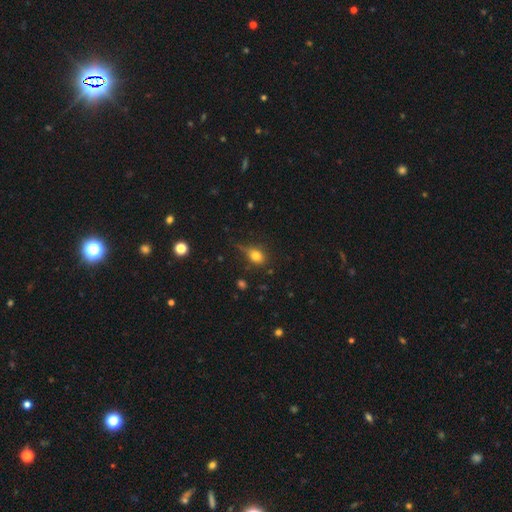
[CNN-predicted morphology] smooth-or-featured: smooth: 76% | star or artifact: 13% | featured or disk: 11%
  how-rounded: in between: 57% | round: 39% | cigar-shaped: 3%
  merging: none: 60% | minor disturbance: 28% | major disturbance: 9% | merger: 3%